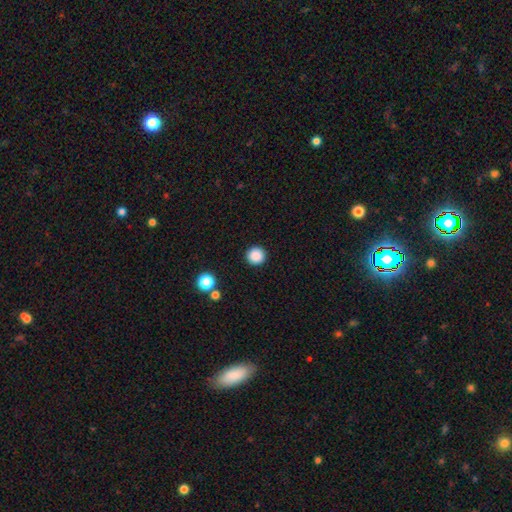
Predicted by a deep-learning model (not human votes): Q: Smooth or featured?
A: smooth (88%); runner-up: star or artifact (9%)
Q: How rounded?
A: round (95%); runner-up: in between (4%)
Q: Merging?
A: none (93%); runner-up: minor disturbance (4%)